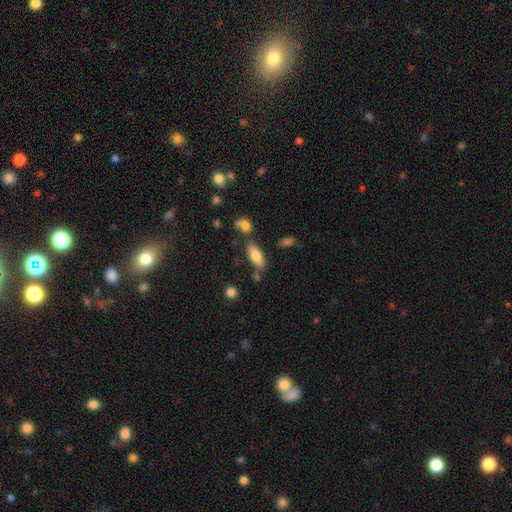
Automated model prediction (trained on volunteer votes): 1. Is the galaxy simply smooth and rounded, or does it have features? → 75% smooth, 17% featured or disk, 8% star or artifact.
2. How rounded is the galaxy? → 73% in between, 24% cigar-shaped, 3% round.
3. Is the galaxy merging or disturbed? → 69% none, 15% minor disturbance, 11% merger, 4% major disturbance.